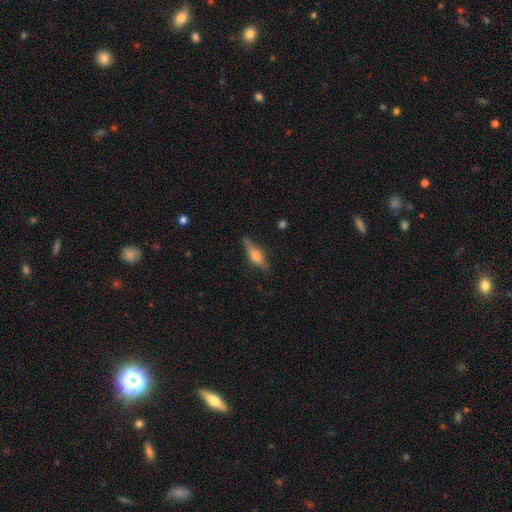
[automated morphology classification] Smooth or featured: smooth — 47% (featured or disk — 45%)
Merging: none — 73% (minor disturbance — 20%)